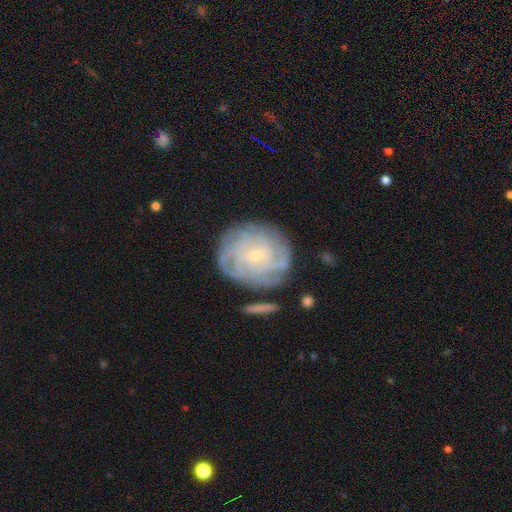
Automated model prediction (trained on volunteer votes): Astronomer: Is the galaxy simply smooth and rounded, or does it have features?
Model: featured or disk — 79%.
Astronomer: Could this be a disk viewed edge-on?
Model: no — 97%.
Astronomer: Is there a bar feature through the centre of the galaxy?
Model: no — 76%.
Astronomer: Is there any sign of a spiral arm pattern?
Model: yes — 93%.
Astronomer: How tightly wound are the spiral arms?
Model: tight — 75%.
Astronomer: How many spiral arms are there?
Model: can't tell — 34% (runner-up: 4, 23%).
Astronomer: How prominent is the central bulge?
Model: small — 84%.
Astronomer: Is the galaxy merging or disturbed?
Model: none — 77%.